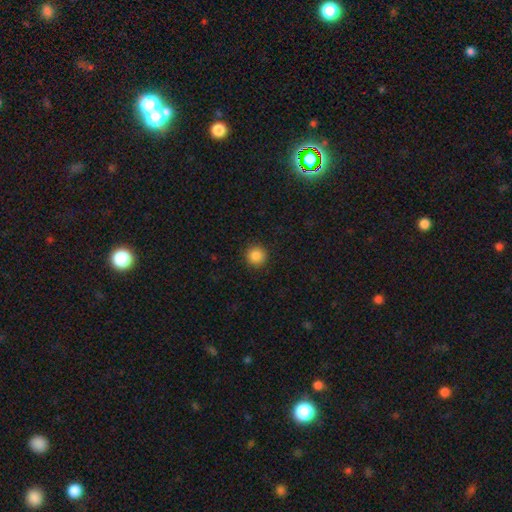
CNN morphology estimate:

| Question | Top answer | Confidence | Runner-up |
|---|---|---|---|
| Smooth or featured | smooth | 87% | star or artifact (10%) |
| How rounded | round | 95% | in between (4%) |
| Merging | none | 92% | minor disturbance (5%) |